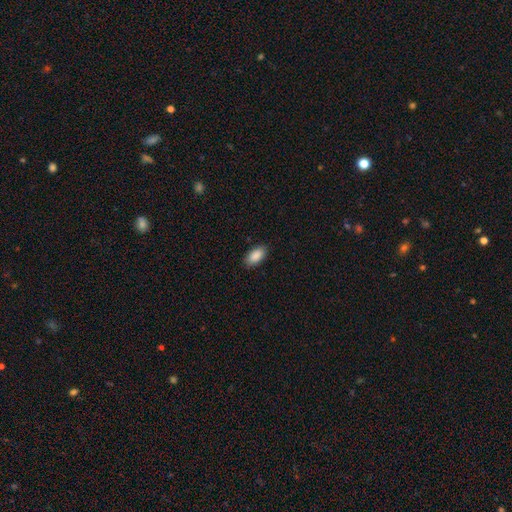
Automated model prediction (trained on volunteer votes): A smooth galaxy with no disk features (90%) that is in between round and cigar-shaped (94%).

Vote fractions:
- Smooth or featured? smooth: 90% / star or artifact: 7% / featured or disk: 4%
- How rounded? in between: 94% / cigar-shaped: 4% / round: 2%
- Merging? none: 88% / minor disturbance: 9% / major disturbance: 2% / merger: 1%